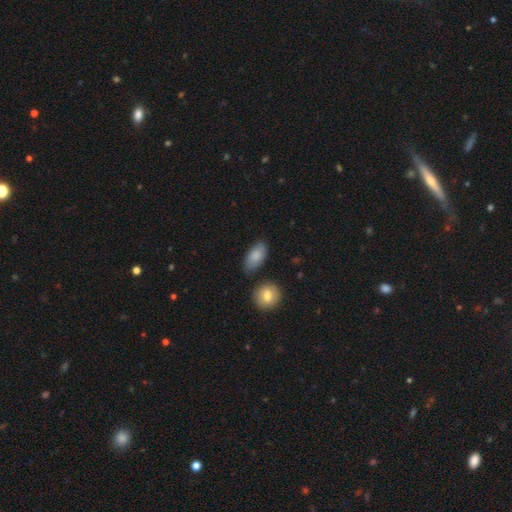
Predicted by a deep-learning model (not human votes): Morphology: type=smooth (83%); roundness=in between (92%); merging=none (71%).